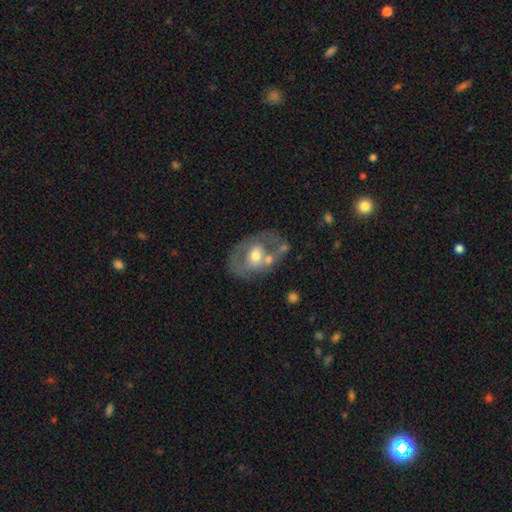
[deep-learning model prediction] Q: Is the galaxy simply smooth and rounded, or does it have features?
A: featured or disk — 58%.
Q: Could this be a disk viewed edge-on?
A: no — 94%.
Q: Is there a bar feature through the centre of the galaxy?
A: no — 67%.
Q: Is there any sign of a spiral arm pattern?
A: no — 73%.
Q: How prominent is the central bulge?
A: moderate — 69%.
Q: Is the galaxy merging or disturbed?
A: none — 49%.